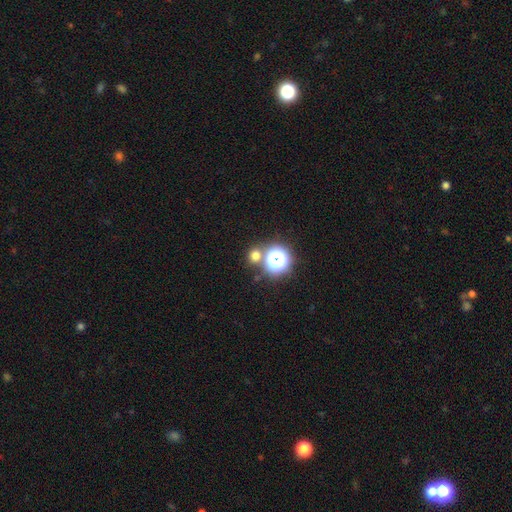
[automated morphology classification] Smooth or featured? smooth (64%)
How rounded? round (85%)
Merging? none (70%)